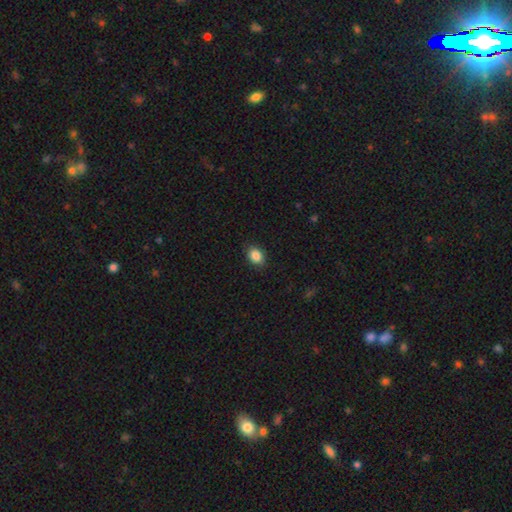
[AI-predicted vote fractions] Smooth or featured? smooth (87%)
How rounded? in between (70%)
Merging? none (88%)